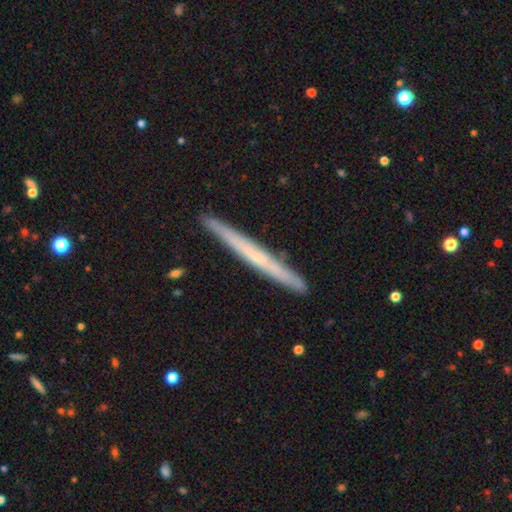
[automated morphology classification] Overall: featured or disk (56%; smooth 37%). Edge-on disk: yes (96%). Edge-on bulge: none (77%). Merging: none (91%).